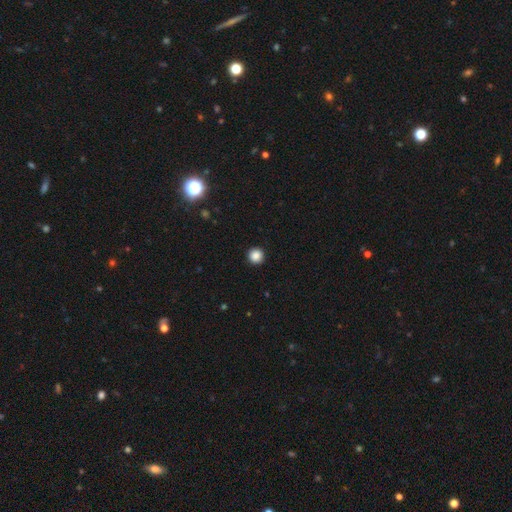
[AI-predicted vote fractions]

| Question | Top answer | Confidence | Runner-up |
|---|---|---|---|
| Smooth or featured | smooth | 88% | star or artifact (10%) |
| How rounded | round | 95% | in between (4%) |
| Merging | none | 93% | minor disturbance (4%) |